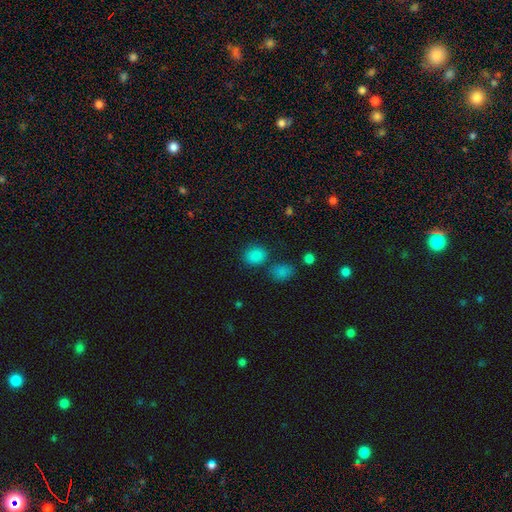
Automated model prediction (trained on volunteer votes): Smooth or featured? smooth (83%)
How rounded? round (53%)
Merging? none (70%)